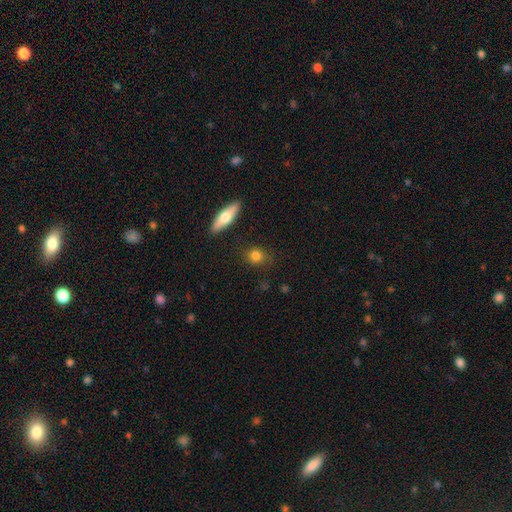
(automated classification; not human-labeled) A smooth galaxy with no disk features (81%) that is round (57%).

Vote fractions:
- Smooth or featured? smooth: 81% / featured or disk: 10% / star or artifact: 9%
- How rounded? round: 57% / in between: 37% / cigar-shaped: 6%
- Merging? none: 80% / minor disturbance: 13% / major disturbance: 3% / merger: 3%